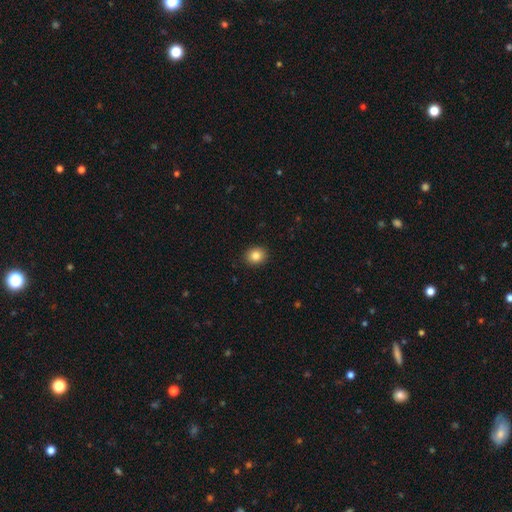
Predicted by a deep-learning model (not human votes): smooth_or_featured: smooth (p=0.84) [alt: star or artifact p=0.10]
how_rounded: round (p=0.65) [alt: in between p=0.34]
merging: none (p=0.91) [alt: minor disturbance p=0.06]